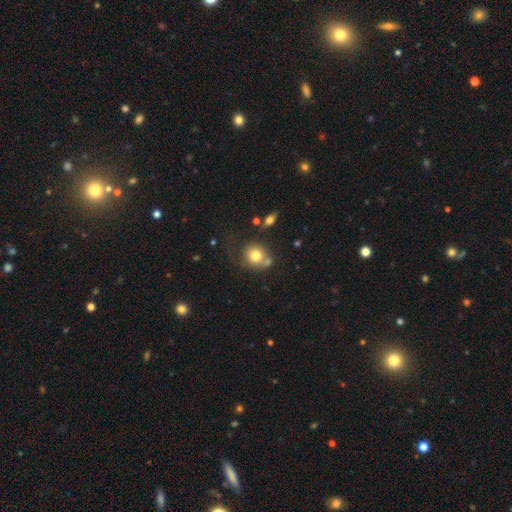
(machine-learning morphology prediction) type=smooth (77%); roundness=round (81%); merging=none (50%).